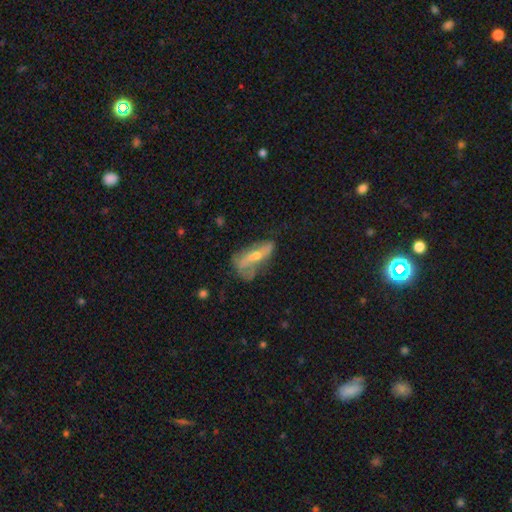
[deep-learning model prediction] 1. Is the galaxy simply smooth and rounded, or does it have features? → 59% featured or disk, 32% smooth, 9% star or artifact.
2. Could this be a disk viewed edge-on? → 73% no, 27% yes.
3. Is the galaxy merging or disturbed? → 35% none, 32% major disturbance, 28% minor disturbance, 5% merger.